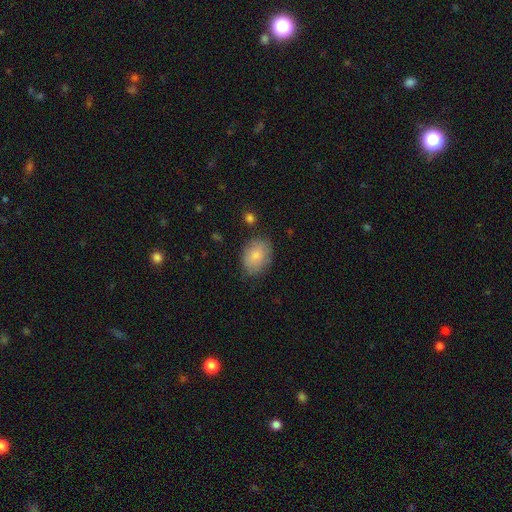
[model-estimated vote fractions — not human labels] Smooth or featured? smooth (81%)
How rounded? in between (73%)
Merging? none (75%)